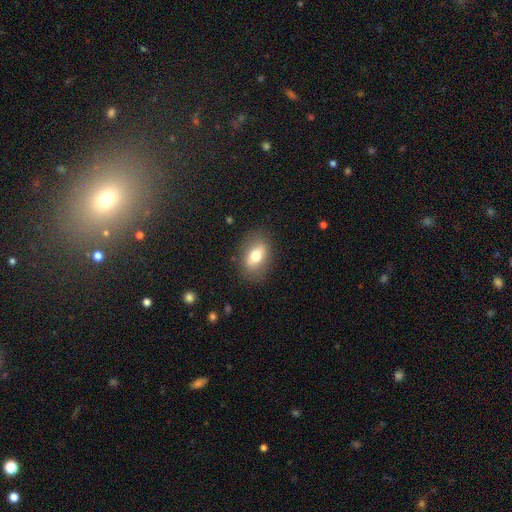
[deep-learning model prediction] Morphology: type=smooth (69%); roundness=in between (82%); merging=none (82%).